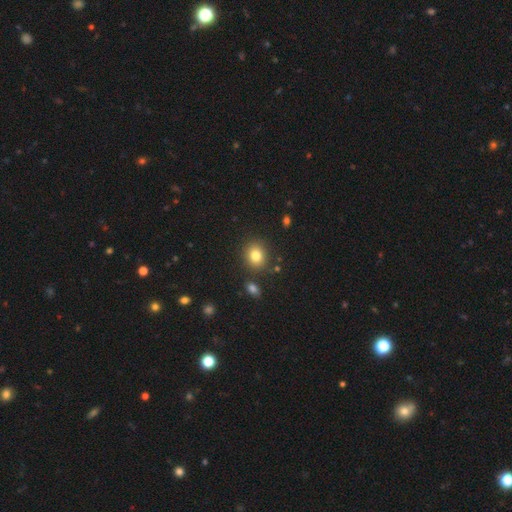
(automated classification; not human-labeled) This appears to be a smooth galaxy with no disk features (82%) that is round (70%). Merging: none (84%).